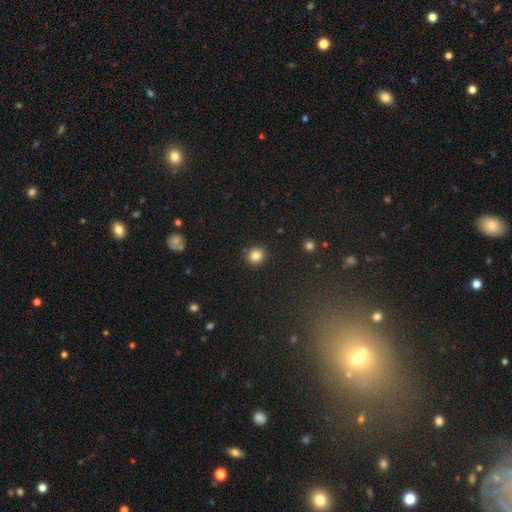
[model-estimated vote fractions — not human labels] Smooth or featured? Predicted: smooth (p=0.85). How rounded? Predicted: round (p=0.84). Merging? Predicted: none (p=0.89).